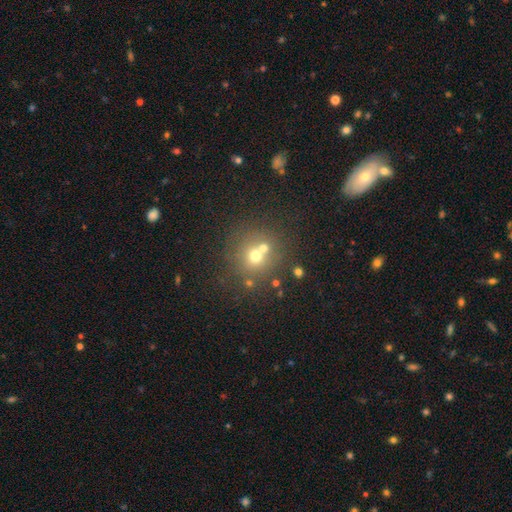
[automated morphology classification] smooth_or_featured: smooth (p=0.62) [alt: featured or disk p=0.20]
how_rounded: round (p=0.88) [alt: in between p=0.11]
merging: none (p=0.53) [alt: merger p=0.34]